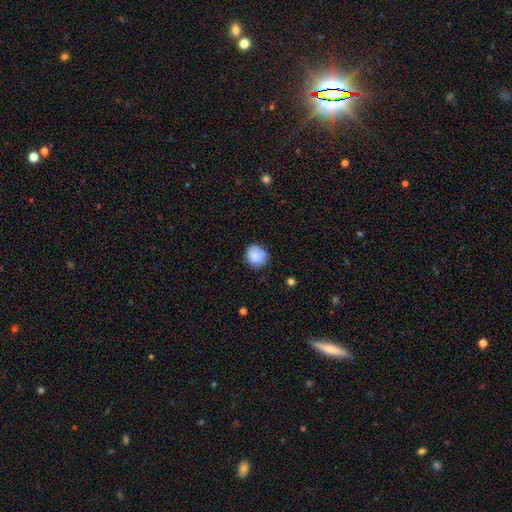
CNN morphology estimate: type=smooth (86%); roundness=round (83%); merging=none (76%).